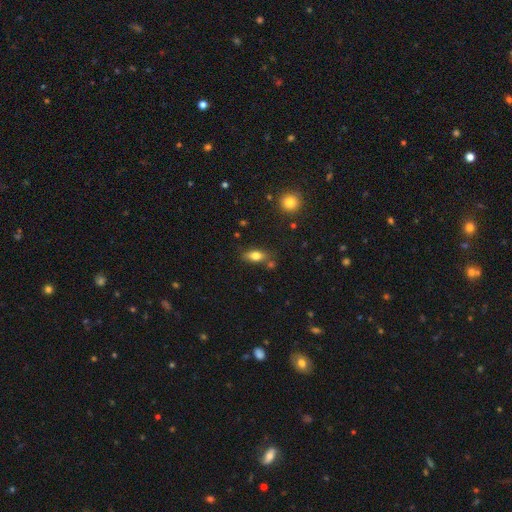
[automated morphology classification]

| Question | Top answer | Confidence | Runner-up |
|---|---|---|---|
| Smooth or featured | smooth | 77% | featured or disk (14%) |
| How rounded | in between | 83% | cigar-shaped (12%) |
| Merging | none | 74% | minor disturbance (15%) |